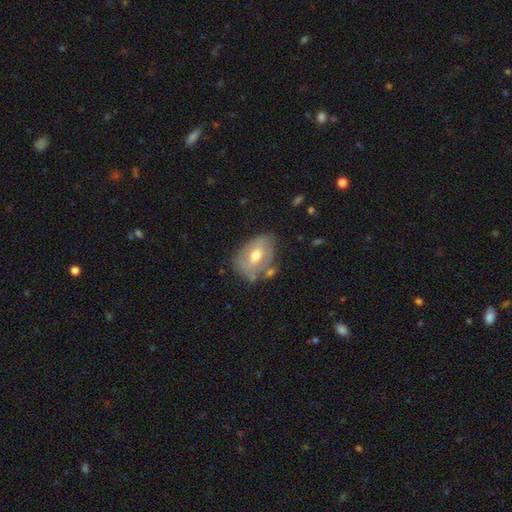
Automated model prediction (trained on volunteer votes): Q: Smooth or featured?
A: smooth (47%); runner-up: featured or disk (46%)
Q: Merging?
A: none (56%); runner-up: minor disturbance (27%)